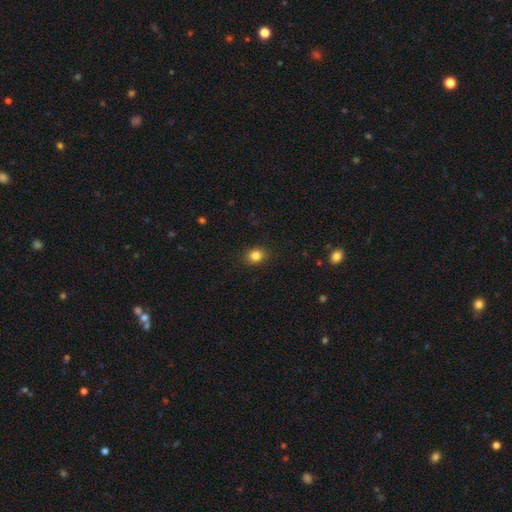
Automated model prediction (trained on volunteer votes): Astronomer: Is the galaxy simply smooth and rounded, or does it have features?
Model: smooth — 84%.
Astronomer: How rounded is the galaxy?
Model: round — 61% (runner-up: in between, 38%).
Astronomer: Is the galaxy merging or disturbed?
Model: none — 89%.